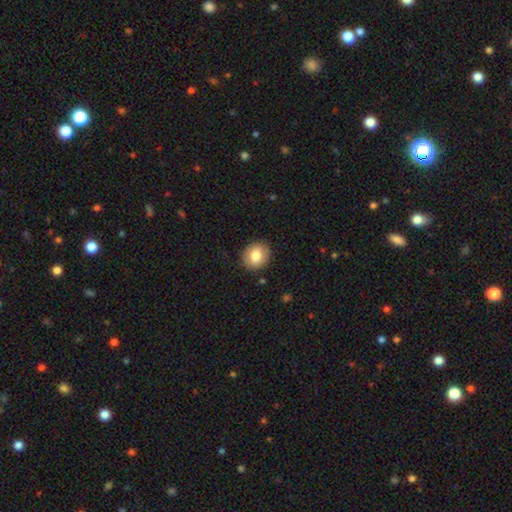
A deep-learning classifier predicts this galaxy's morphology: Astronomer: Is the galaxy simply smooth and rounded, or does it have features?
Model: smooth — 81%.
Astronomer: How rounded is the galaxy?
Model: round — 62% (runner-up: in between, 37%).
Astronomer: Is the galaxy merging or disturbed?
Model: none — 88%.